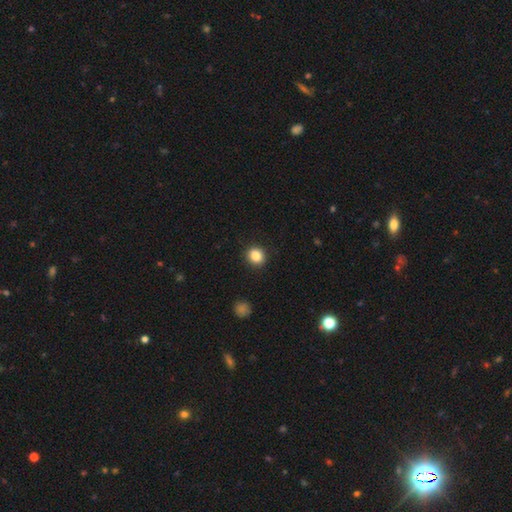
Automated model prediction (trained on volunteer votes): Q: Smooth or featured?
A: smooth (84%); runner-up: star or artifact (10%)
Q: How rounded?
A: round (76%); runner-up: in between (23%)
Q: Merging?
A: none (91%); runner-up: minor disturbance (6%)